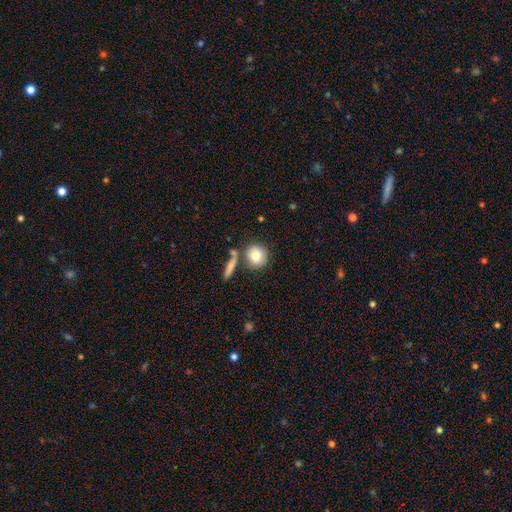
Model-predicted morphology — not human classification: This appears to be a smooth galaxy with no disk features (83%) that is round (82%). Merging: none (68%).